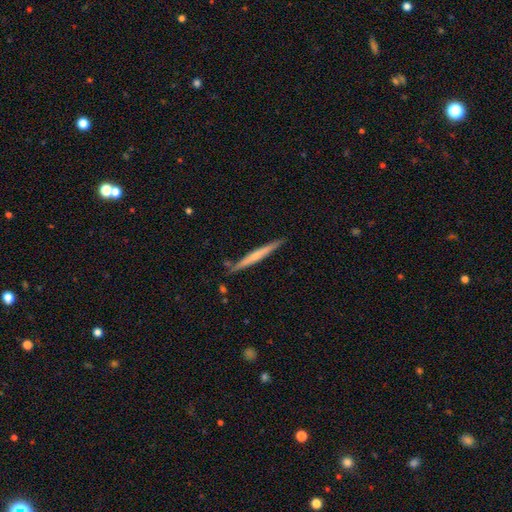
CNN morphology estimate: Smooth or featured?
  - featured or disk: 56% *
  - smooth: 38%
  - star or artifact: 6%
Edge-on disk?
  - yes: 97% *
  - no: 3%
Edge-on bulge?
  - rounded: 49% *
  - none: 46%
  - boxy: 6%
Merging?
  - none: 86% *
  - minor disturbance: 10%
  - merger: 2%
  - major disturbance: 2%